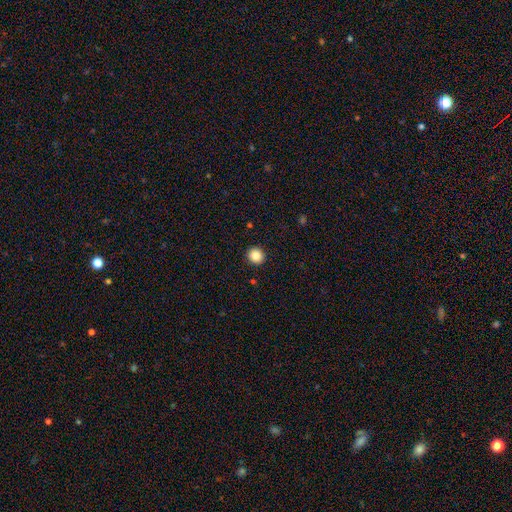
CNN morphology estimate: This appears to be a smooth galaxy with no disk features (85%) that is round (90%). Merging: none (93%).